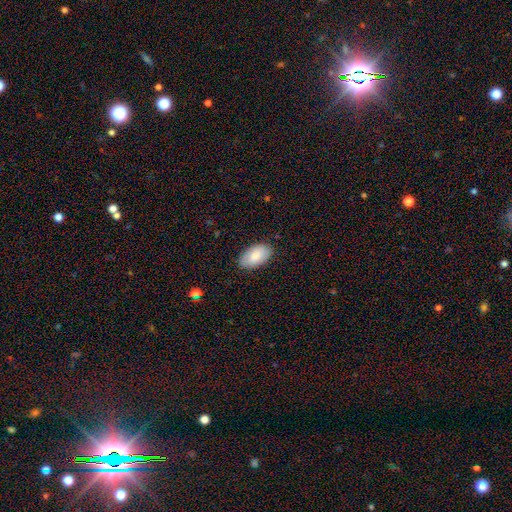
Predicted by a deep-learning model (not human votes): A smooth galaxy with no disk features (84%) that is in between round and cigar-shaped (96%).

Vote fractions:
- Smooth or featured? smooth: 84% / featured or disk: 10% / star or artifact: 6%
- How rounded? in between: 96% / round: 3% / cigar-shaped: 1%
- Merging? none: 86% / minor disturbance: 11% / major disturbance: 2% / merger: 1%